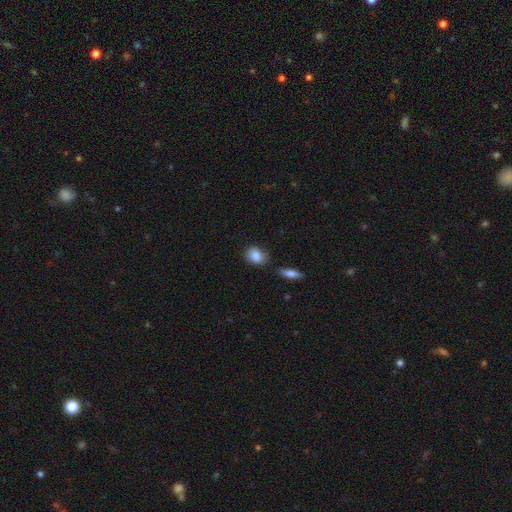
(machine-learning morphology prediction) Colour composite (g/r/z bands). It shows a smooth galaxy with no disk features (86%) that is in between round and cigar-shaped (63%). Merging: none (71%).